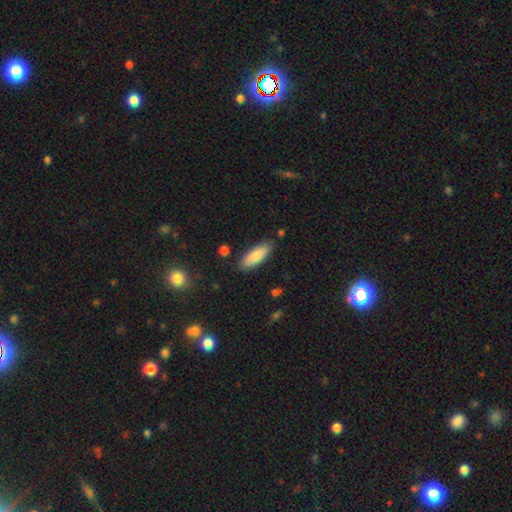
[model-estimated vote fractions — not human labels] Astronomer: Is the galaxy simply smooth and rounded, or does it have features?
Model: smooth — 82%.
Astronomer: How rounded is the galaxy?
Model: in between — 65%.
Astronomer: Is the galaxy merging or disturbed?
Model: none — 85%.